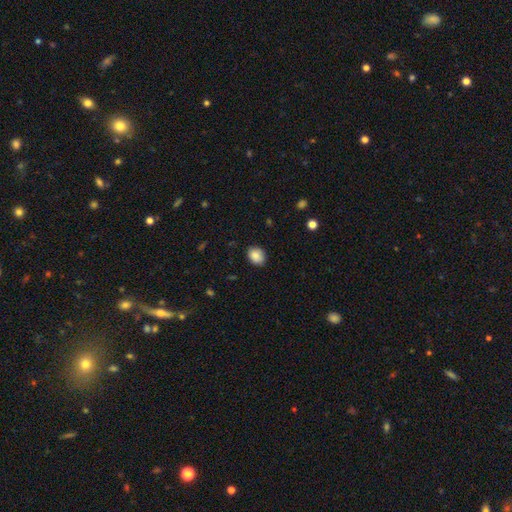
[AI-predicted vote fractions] This is clearly a smooth galaxy (87%). How rounded: possibly in between (51%). Merging: clearly none (85%).